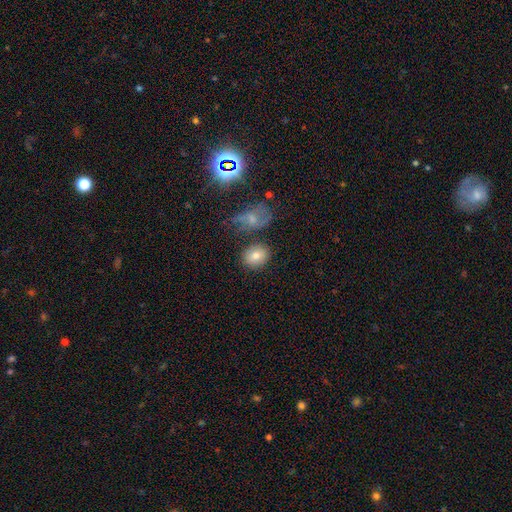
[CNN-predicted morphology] Q: Smooth or featured?
A: smooth (77%); runner-up: featured or disk (12%)
Q: How rounded?
A: round (51%); runner-up: in between (48%)
Q: Merging?
A: none (75%); runner-up: minor disturbance (13%)